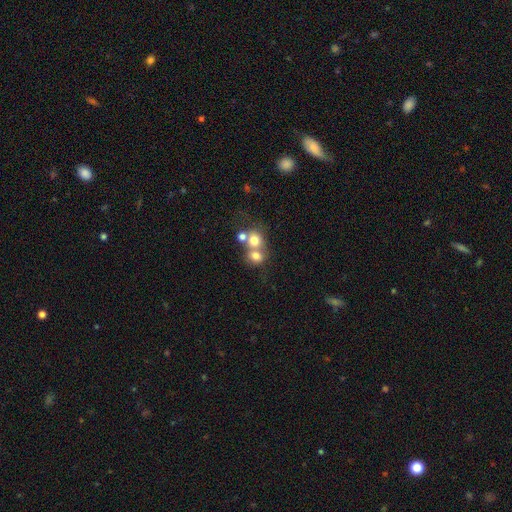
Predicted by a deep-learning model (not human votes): Morphology: type=smooth (71%); roundness=round (71%); merging=merger (56%).